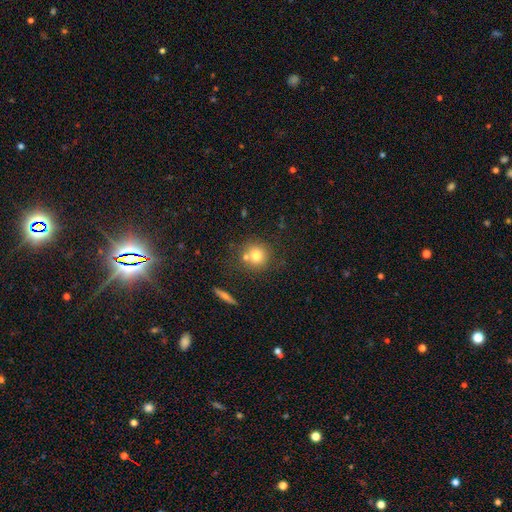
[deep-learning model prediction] Smooth or featured?
  - smooth: 74% *
  - featured or disk: 14%
  - star or artifact: 12%
How rounded?
  - round: 90% *
  - in between: 8%
  - cigar-shaped: 1%
Merging?
  - none: 65% *
  - merger: 22%
  - minor disturbance: 10%
  - major disturbance: 4%